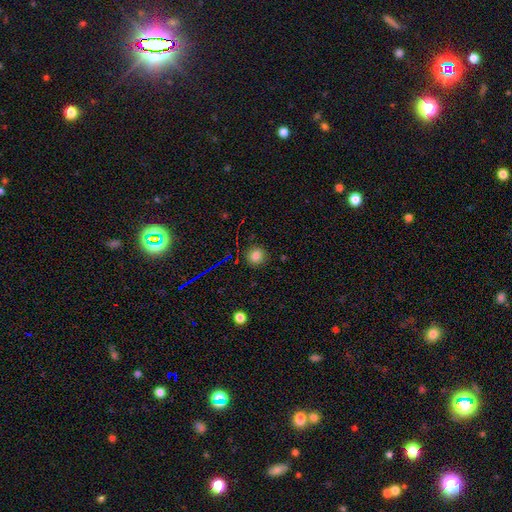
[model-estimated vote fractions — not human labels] Overall: smooth (79%). How rounded: round (89%). Merging: none (87%).